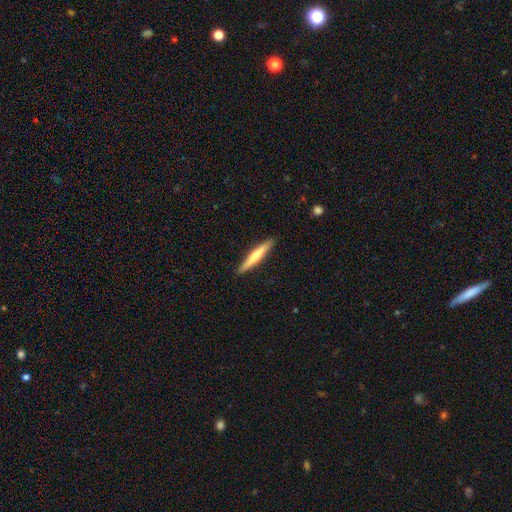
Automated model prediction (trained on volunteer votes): This appears to be a smooth galaxy with no disk features (51%) that is cigar-shaped (95%). Merging: none (91%).